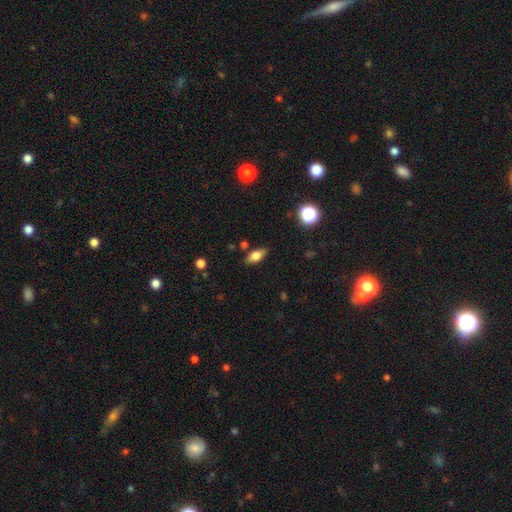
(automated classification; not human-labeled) smooth-or-featured: smooth: 66% | featured or disk: 24% | star or artifact: 9%
  how-rounded: in between: 80% | cigar-shaped: 14% | round: 5%
  merging: none: 83% | minor disturbance: 12% | major disturbance: 3% | merger: 2%